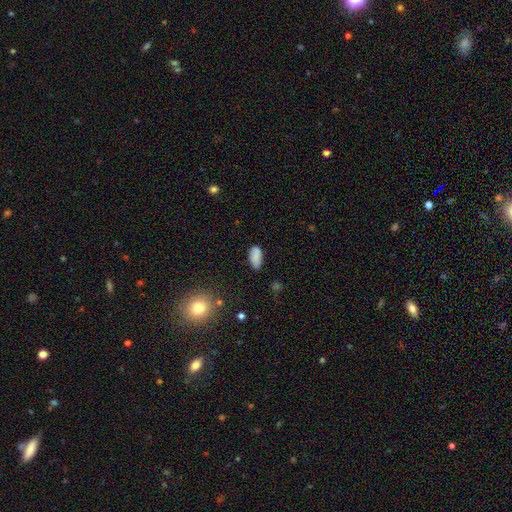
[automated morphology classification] Q: Smooth or featured?
A: smooth (83%); runner-up: star or artifact (9%)
Q: How rounded?
A: in between (90%); runner-up: cigar-shaped (7%)
Q: Merging?
A: none (67%); runner-up: minor disturbance (23%)